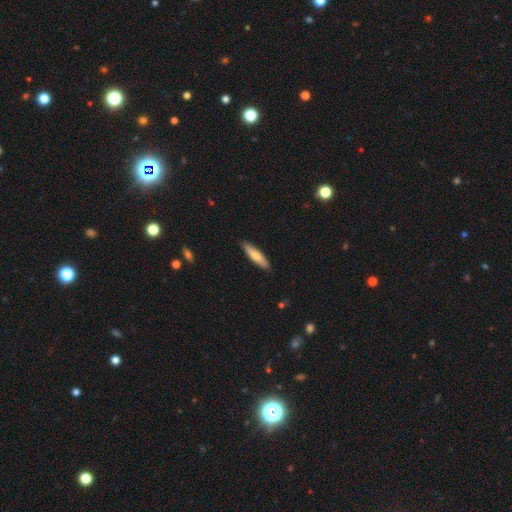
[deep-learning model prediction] This is likely a smooth galaxy (67%). How rounded: likely cigar-shaped (73%). Merging: clearly none (88%).